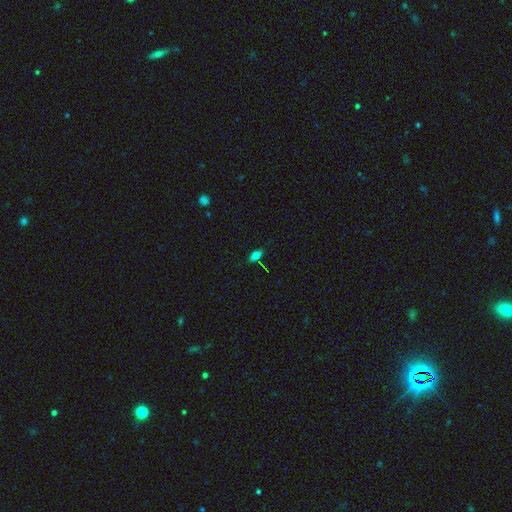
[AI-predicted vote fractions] Smooth or featured? smooth (72%)
How rounded? in between (86%)
Merging? none (80%)